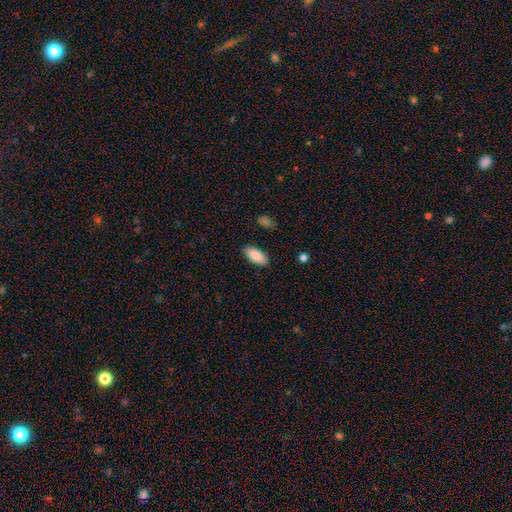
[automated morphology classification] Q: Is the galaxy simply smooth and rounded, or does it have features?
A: smooth — 87%.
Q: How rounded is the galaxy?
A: in between — 90%.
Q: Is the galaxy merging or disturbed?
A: none — 88%.